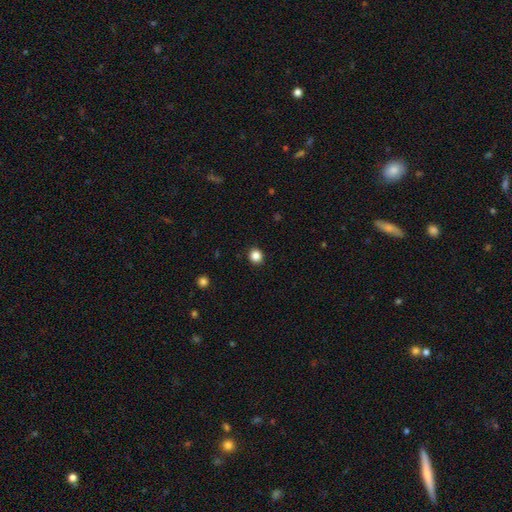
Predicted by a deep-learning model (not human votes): A smooth galaxy with no disk features (85%) that is round (91%). Merging: none (93%).